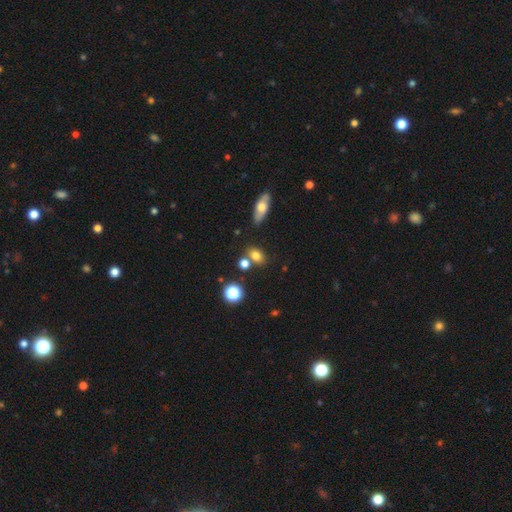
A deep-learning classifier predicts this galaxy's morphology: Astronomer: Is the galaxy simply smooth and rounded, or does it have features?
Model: smooth — 76%.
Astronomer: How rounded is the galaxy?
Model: in between — 67%.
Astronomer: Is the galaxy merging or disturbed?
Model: none — 65%.